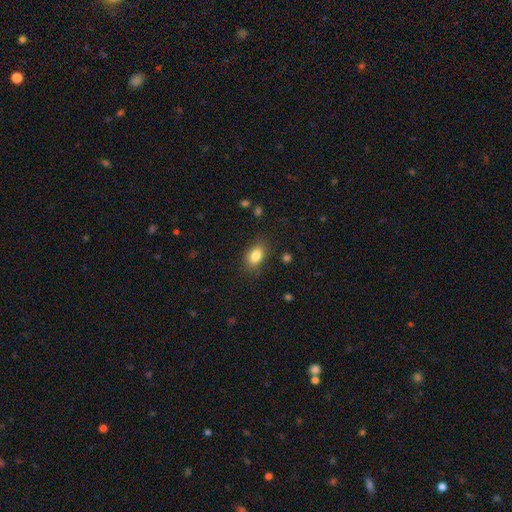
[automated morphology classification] A smooth galaxy with no disk features (84%) that is in between round and cigar-shaped (84%). Merging: none (82%).